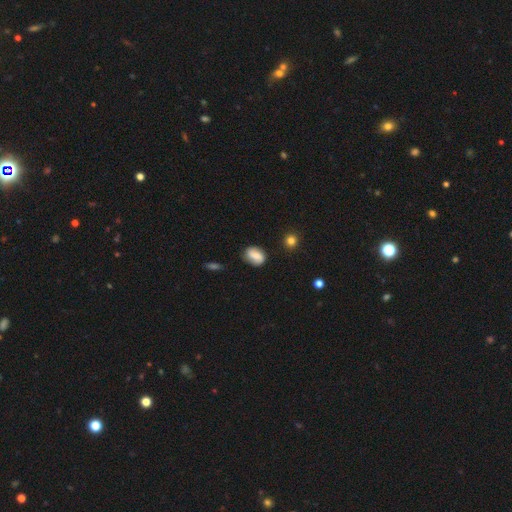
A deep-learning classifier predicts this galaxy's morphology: Smooth or featured?
  - smooth: 57% *
  - featured or disk: 35%
  - star or artifact: 9%
How rounded?
  - in between: 71% *
  - round: 27%
  - cigar-shaped: 2%
Merging?
  - none: 74% *
  - minor disturbance: 19%
  - major disturbance: 5%
  - merger: 3%